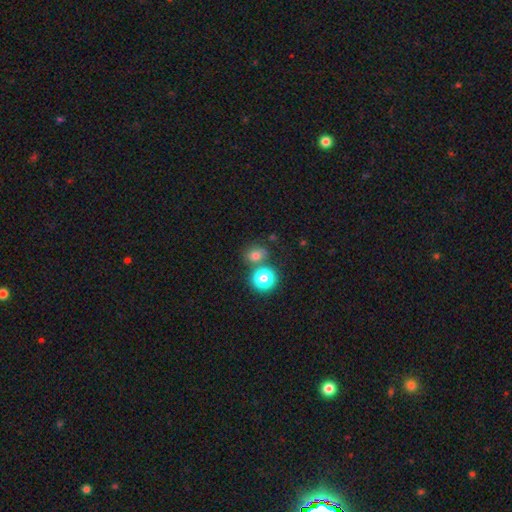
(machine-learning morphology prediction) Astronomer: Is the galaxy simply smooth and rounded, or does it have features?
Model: smooth — 70%.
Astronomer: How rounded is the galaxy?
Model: round — 71%.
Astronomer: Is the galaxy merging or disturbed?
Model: none — 57%.